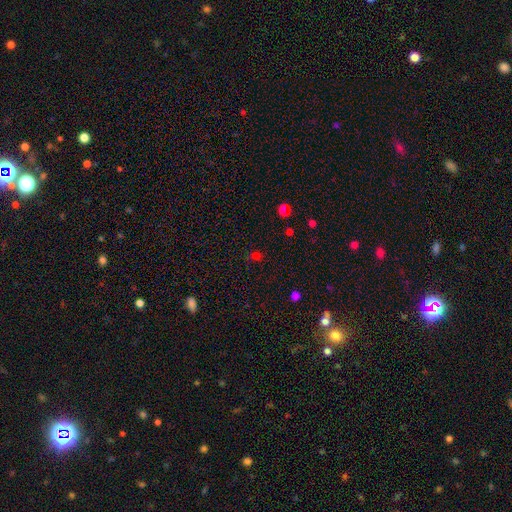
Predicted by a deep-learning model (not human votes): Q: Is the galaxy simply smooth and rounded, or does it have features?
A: smooth — 56%.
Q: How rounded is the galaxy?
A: round — 71%.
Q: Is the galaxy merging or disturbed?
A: none — 74%.